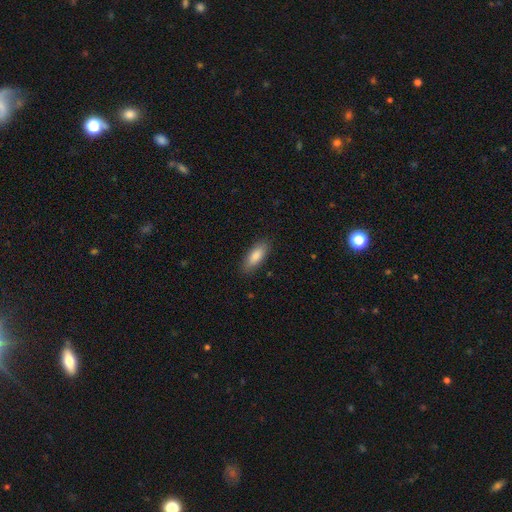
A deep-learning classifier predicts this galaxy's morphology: The model was most divided on "how rounded": in between: 71%, cigar-shaped: 27%, round: 2%. More confident: merging — none (86%); smooth or featured — smooth (85%).